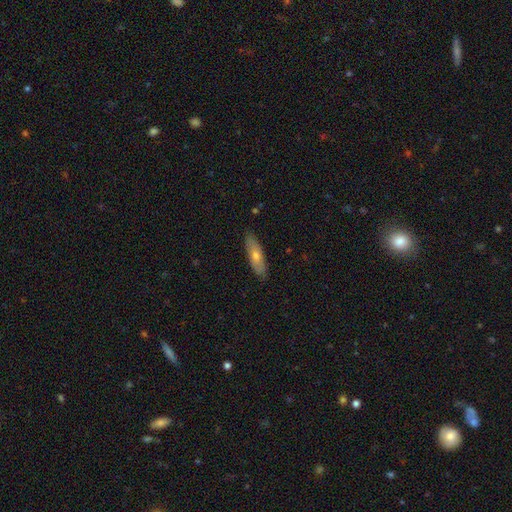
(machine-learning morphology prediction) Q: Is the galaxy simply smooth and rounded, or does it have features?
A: smooth — 58%.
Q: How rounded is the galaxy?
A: cigar-shaped — 63%.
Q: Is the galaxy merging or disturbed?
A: none — 87%.